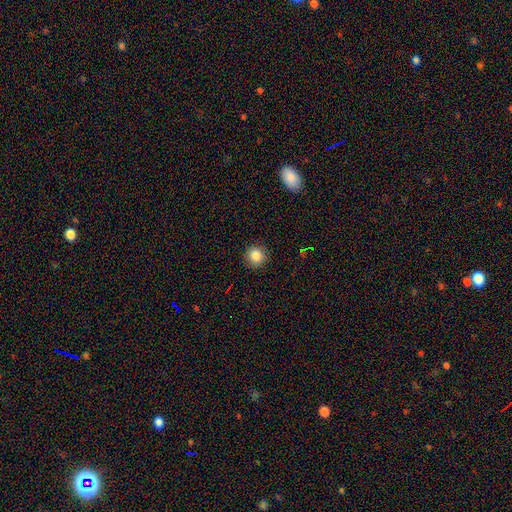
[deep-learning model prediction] A smooth galaxy with no disk features (83%) that is round (93%).

Vote fractions:
- Smooth or featured? smooth: 83% / star or artifact: 11% / featured or disk: 6%
- How rounded? round: 93% / in between: 6% / cigar-shaped: 1%
- Merging? none: 91% / minor disturbance: 6% / major disturbance: 2% / merger: 1%